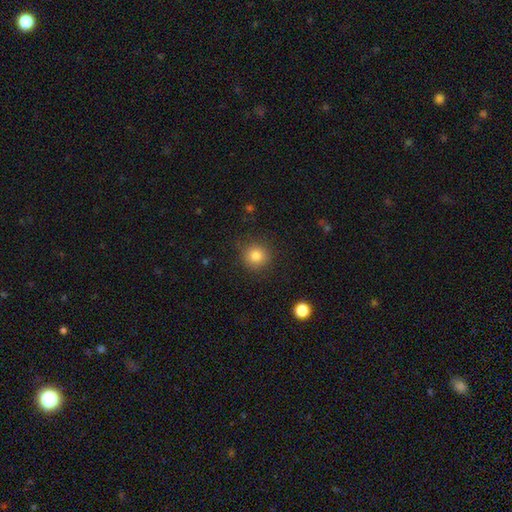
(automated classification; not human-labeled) A smooth galaxy with no disk features (83%) that is round (92%). Merging: none (86%).